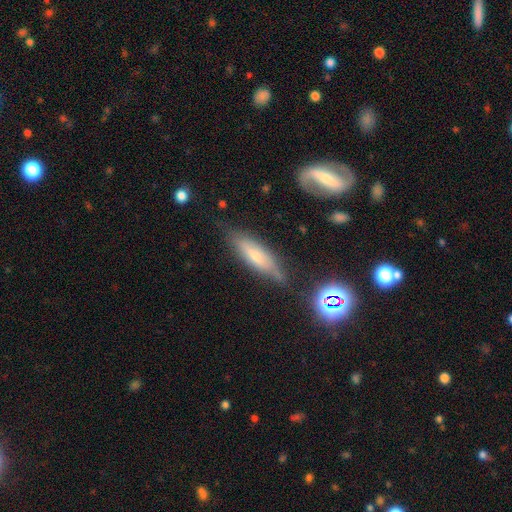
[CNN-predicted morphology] The model was most divided on "smooth or featured": smooth: 45%, featured or disk: 44%, star or artifact: 11%. More confident: merging — none (64%).